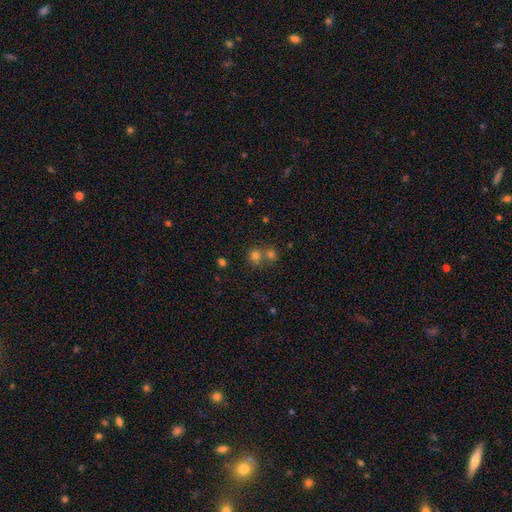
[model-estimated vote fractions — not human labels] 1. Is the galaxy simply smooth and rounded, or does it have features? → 73% smooth, 18% star or artifact, 9% featured or disk.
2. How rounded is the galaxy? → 81% round, 18% in between, 1% cigar-shaped.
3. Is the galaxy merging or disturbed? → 48% none, 42% merger, 7% minor disturbance, 3% major disturbance.